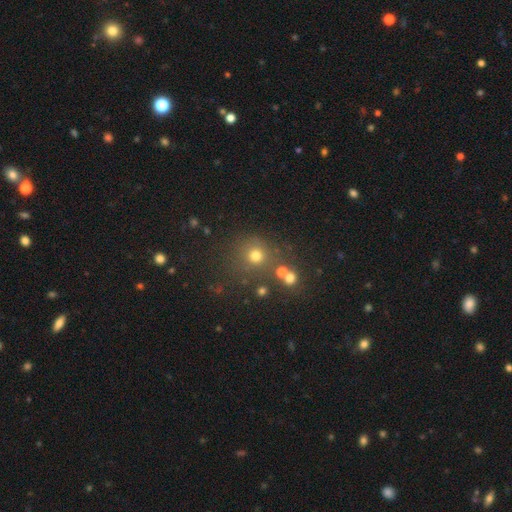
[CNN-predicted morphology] This appears to be a smooth galaxy with no disk features (69%) that is round (89%). Merging: none (72%).